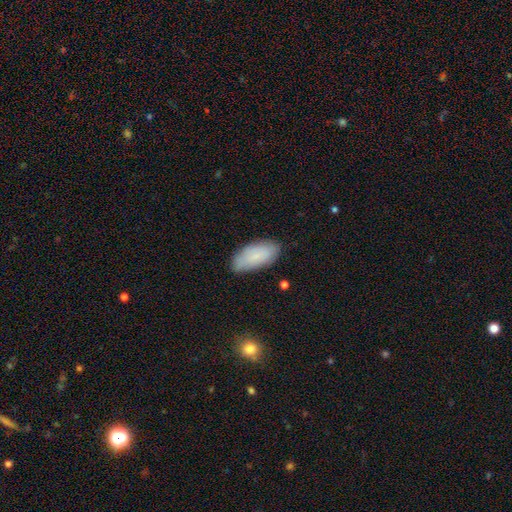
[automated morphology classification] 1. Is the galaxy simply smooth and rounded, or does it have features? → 78% smooth, 15% featured or disk, 7% star or artifact.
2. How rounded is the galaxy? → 91% in between, 7% cigar-shaped, 2% round.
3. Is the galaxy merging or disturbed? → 79% none, 17% minor disturbance, 3% major disturbance, 1% merger.